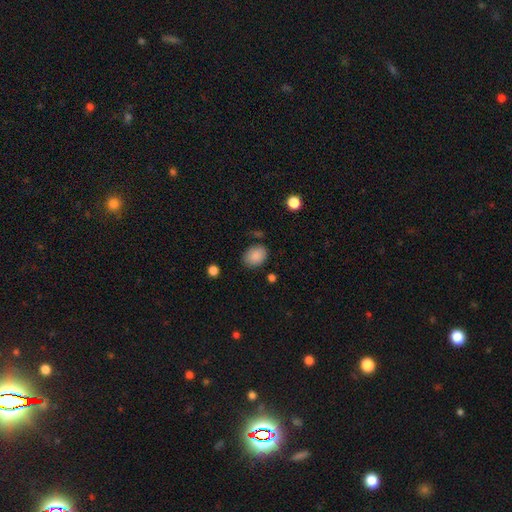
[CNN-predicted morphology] This is clearly a smooth galaxy (87%). How rounded: possibly in between (60%). Merging: likely none (79%).